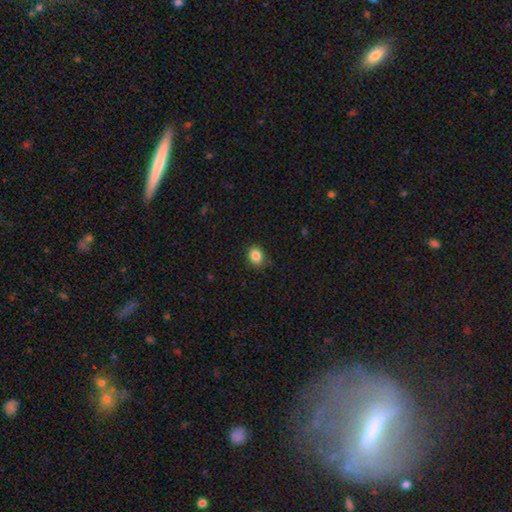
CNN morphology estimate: smooth_or_featured: smooth (p=0.85) [alt: star or artifact p=0.10]
how_rounded: in between (p=0.53) [alt: round p=0.46]
merging: none (p=0.80) [alt: minor disturbance p=0.16]